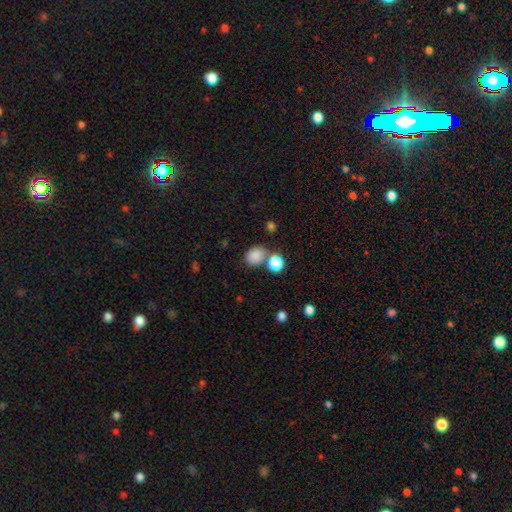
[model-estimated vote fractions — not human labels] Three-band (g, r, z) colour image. It shows a smooth galaxy with no disk features (83%) that is in between round and cigar-shaped (52%). Merging: none (67%).